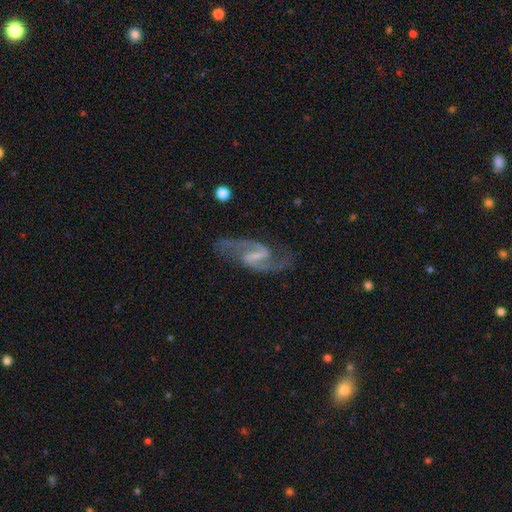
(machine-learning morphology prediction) Overall: featured or disk (92%). Edge-on disk: no (97%). Bar: strong (47%; weak 44%). Spiral arms: yes (98%). Spiral arm count: 2 (94%). Spiral winding: medium (55%; loose 34%). Bulge size: small (42%; none 41%). Merging: none (79%).